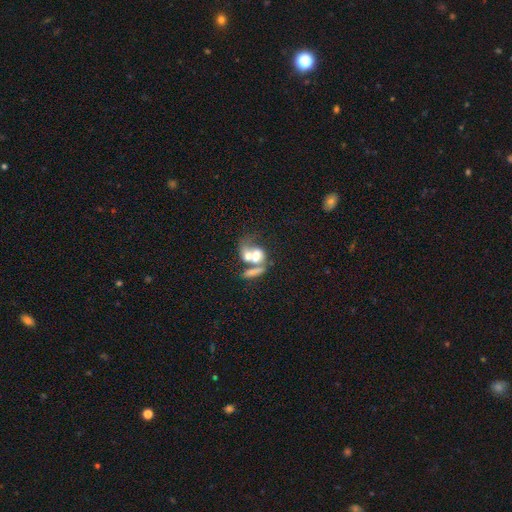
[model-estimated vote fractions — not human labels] Q: Smooth or featured?
A: smooth (52%); runner-up: featured or disk (38%)
Q: How rounded?
A: in between (58%); runner-up: round (37%)
Q: Merging?
A: merger (69%); runner-up: none (13%)